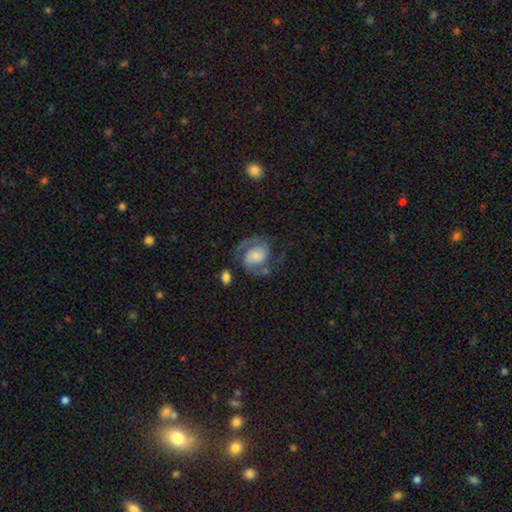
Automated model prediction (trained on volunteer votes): Morphology: type=featured or disk (84%); edge-on=no (98%); bar=no (56%); spiral arms=yes (96%); winding=medium (53%); arm count=2 (89%); bulge=small (49%); merging=none (65%).